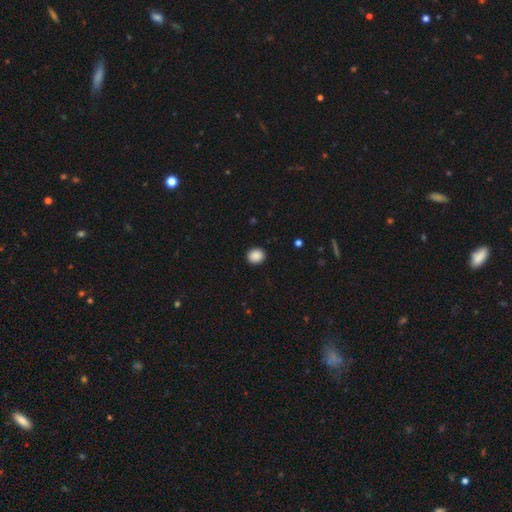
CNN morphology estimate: Smooth or featured? smooth (89%)
How rounded? round (76%)
Merging? none (92%)